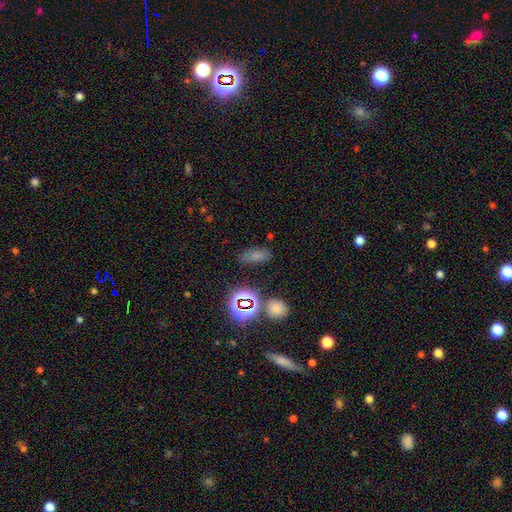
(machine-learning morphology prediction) type=smooth (66%); roundness=in between (73%); merging=none (80%).